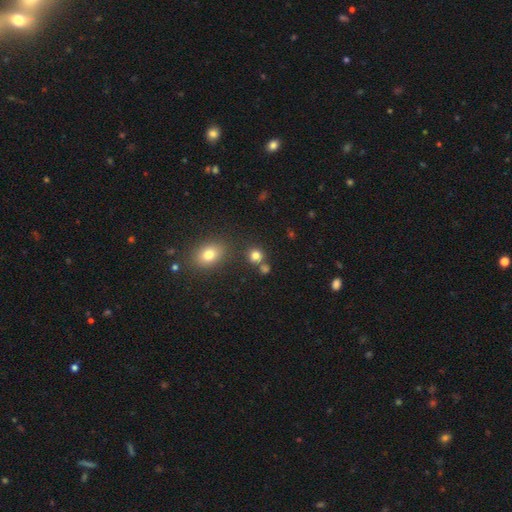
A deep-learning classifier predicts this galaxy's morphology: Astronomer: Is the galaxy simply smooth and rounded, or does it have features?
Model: smooth — 79%.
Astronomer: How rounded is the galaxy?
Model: round — 84%.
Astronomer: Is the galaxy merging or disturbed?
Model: none — 72%.